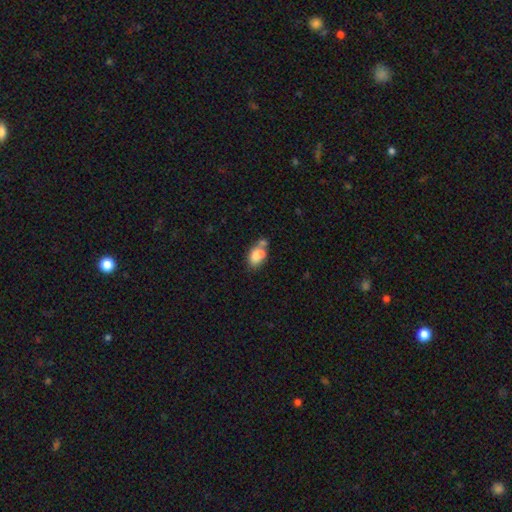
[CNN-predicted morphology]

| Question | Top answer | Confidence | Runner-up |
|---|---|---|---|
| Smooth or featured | smooth | 72% | featured or disk (18%) |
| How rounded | in between | 86% | round (11%) |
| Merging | merger | 45% | none (31%) |